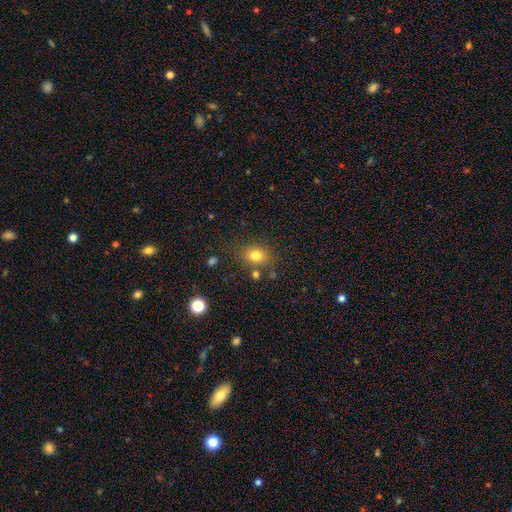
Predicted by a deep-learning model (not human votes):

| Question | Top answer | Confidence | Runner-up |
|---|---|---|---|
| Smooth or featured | smooth | 79% | star or artifact (13%) |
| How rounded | in between | 51% | round (48%) |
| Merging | none | 75% | minor disturbance (14%) |